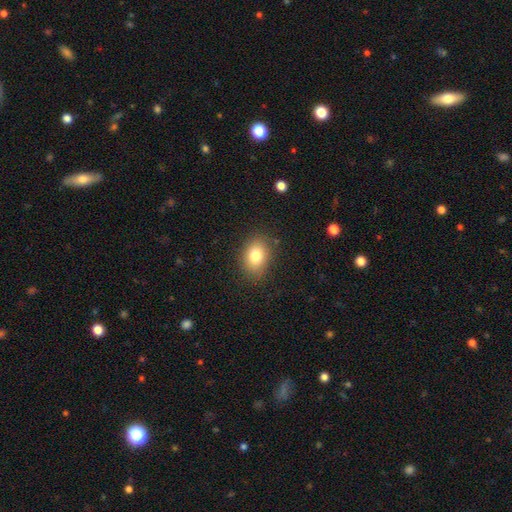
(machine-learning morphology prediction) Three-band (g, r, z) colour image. It shows a smooth galaxy with no disk features (80%) that is in between round and cigar-shaped (72%). Merging: none (84%).